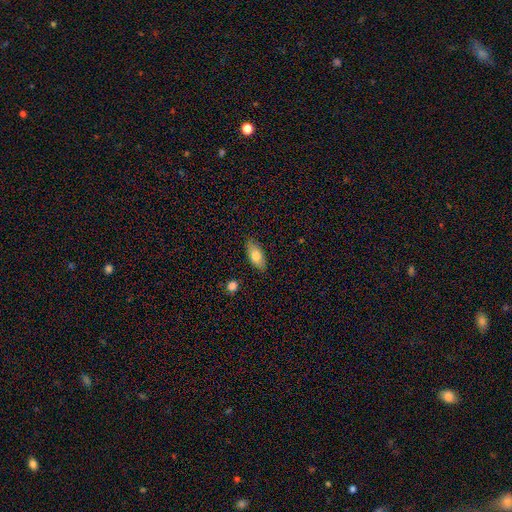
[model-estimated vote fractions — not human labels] This is likely a smooth galaxy (75%). How rounded: clearly in between (83%). Merging: clearly none (85%).